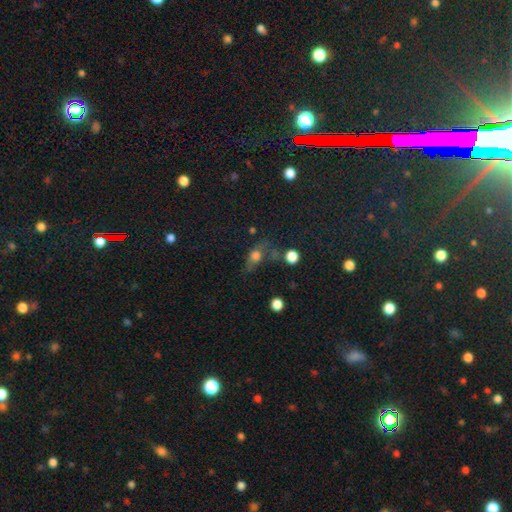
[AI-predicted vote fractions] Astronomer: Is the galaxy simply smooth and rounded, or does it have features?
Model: smooth — 65%.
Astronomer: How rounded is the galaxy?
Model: in between — 57%.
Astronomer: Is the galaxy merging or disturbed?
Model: none — 51%.